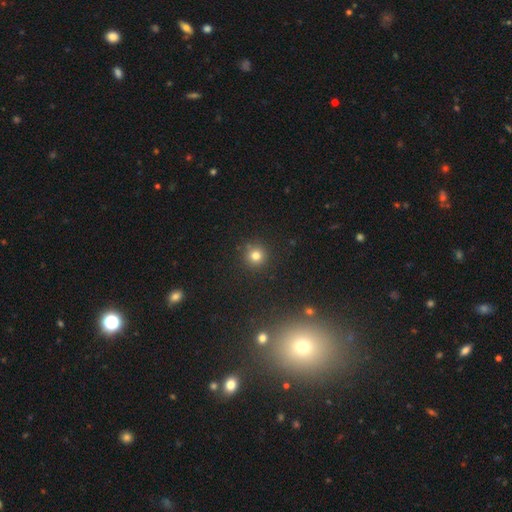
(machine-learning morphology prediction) smooth_or_featured: smooth (p=0.77) [alt: star or artifact p=0.16]
how_rounded: round (p=0.95) [alt: in between p=0.04]
merging: none (p=0.88) [alt: minor disturbance p=0.07]